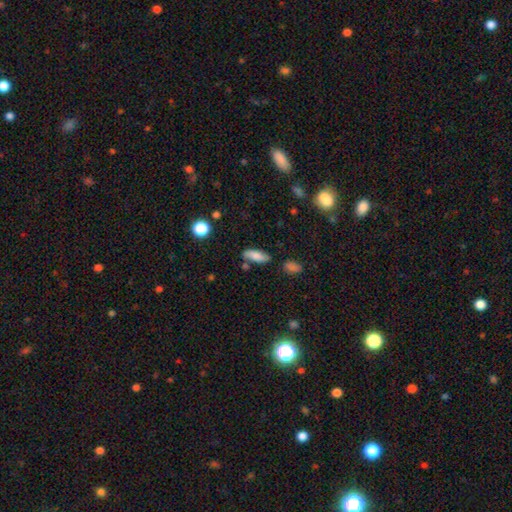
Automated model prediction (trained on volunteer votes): The model was most divided on "how rounded": in between: 72%, cigar-shaped: 25%, round: 3%. More confident: smooth or featured — smooth (77%); merging — none (69%).